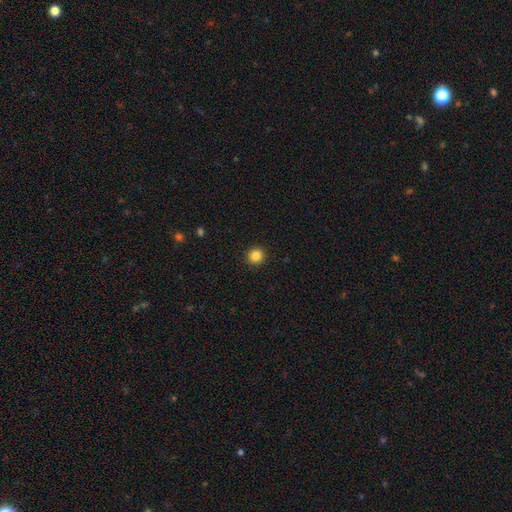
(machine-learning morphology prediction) Overall: smooth (85%). How rounded: round (95%). Merging: none (93%).